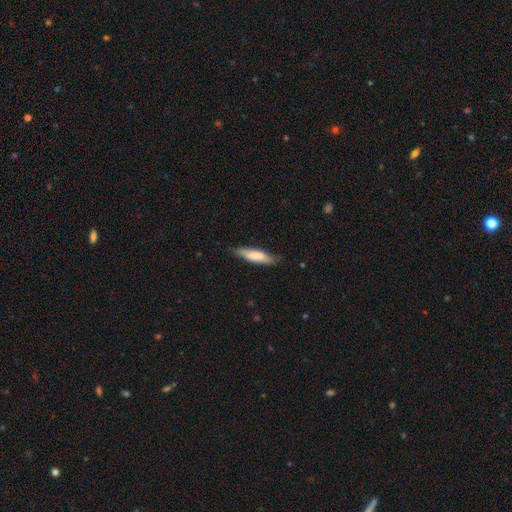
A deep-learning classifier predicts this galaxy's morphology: This is likely a smooth galaxy (73%). How rounded: likely cigar-shaped (73%). Merging: likely none (79%).